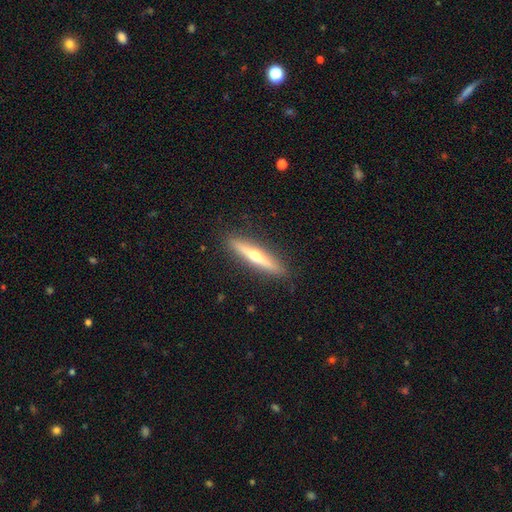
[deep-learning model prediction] Morphology: type=featured or disk (61%); edge-on=yes (96%); edge-on bulge=rounded (88%); merging=none (90%).